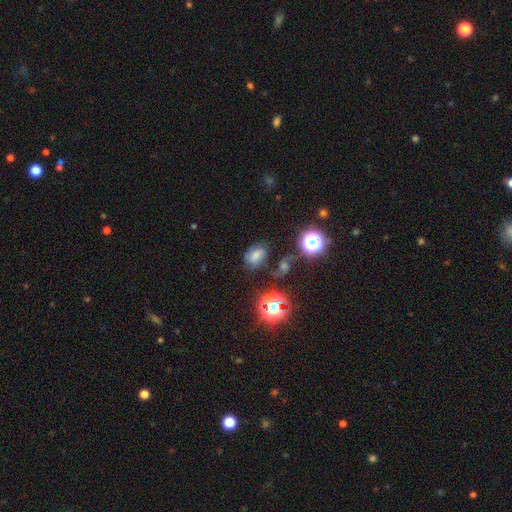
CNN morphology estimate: This appears to be a smooth galaxy with no disk features (60%) that is in between round and cigar-shaped (73%). Merging: none (60%).